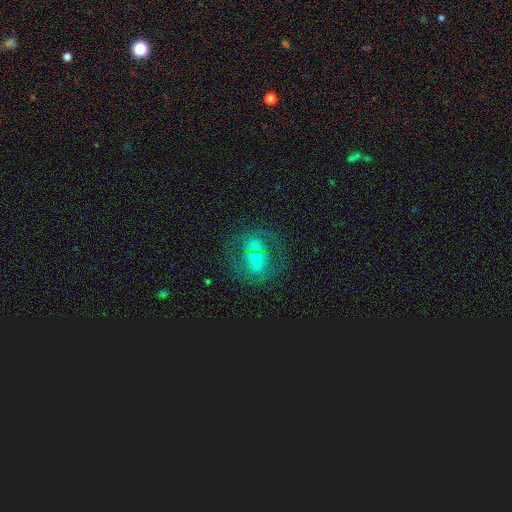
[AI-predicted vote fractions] The model was most divided on "bar": no: 40%, weak: 37%, strong: 23%. More confident: edge-on disk — no (94%); merging — none (65%); smooth or featured — featured or disk (55%); spiral arms — no (54%); bulge size — moderate (51%).